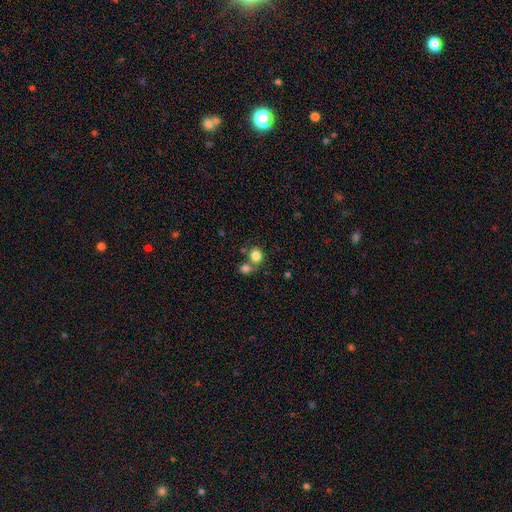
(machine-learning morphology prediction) A smooth galaxy with no disk features (82%) that is round (73%). Merging: none (51%).